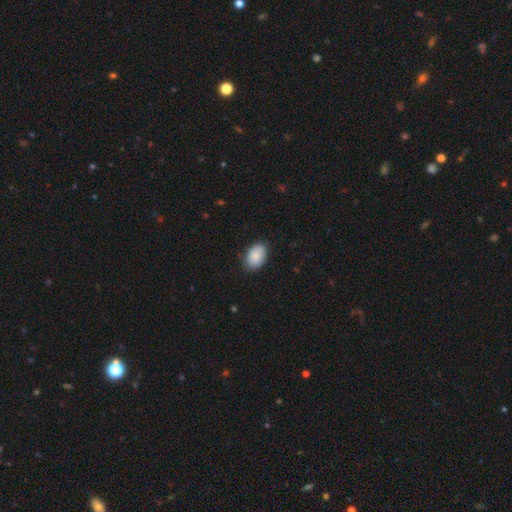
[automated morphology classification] smooth_or_featured: smooth (p=0.87) [alt: featured or disk p=0.07]
how_rounded: in between (p=0.88) [alt: round p=0.11]
merging: none (p=0.83) [alt: minor disturbance p=0.14]